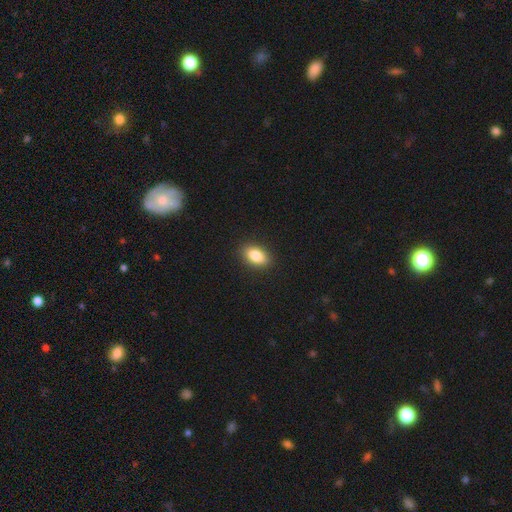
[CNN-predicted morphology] This is clearly a smooth galaxy (85%). How rounded: clearly in between (89%). Merging: clearly none (90%).